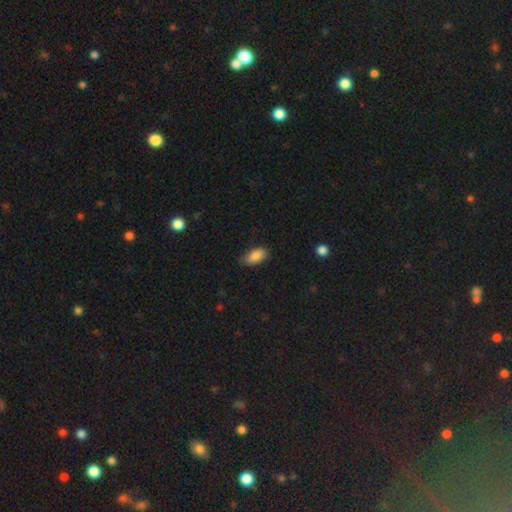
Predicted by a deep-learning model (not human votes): Morphology: type=smooth (88%); roundness=in between (92%); merging=none (75%).